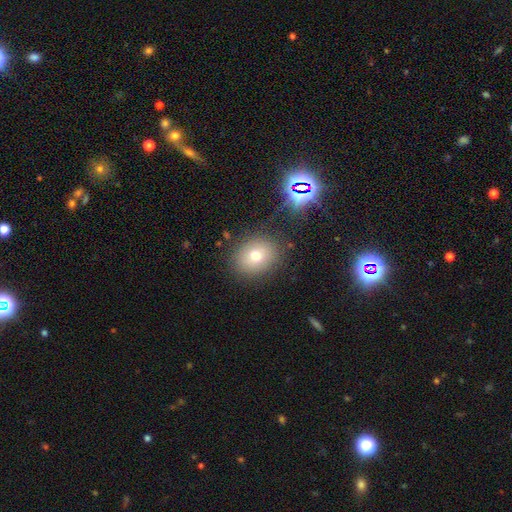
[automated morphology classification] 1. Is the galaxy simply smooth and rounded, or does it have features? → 67% smooth, 18% star or artifact, 14% featured or disk.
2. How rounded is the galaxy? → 61% round, 38% in between, 1% cigar-shaped.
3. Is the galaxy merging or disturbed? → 84% none, 10% minor disturbance, 4% major disturbance, 2% merger.